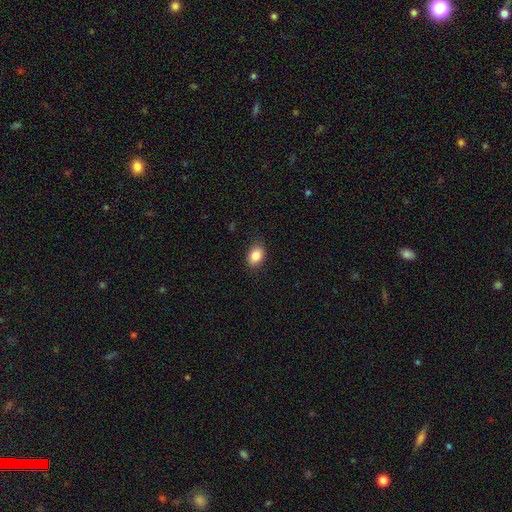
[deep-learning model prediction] Smooth or featured? smooth (86%)
How rounded? in between (78%)
Merging? none (86%)